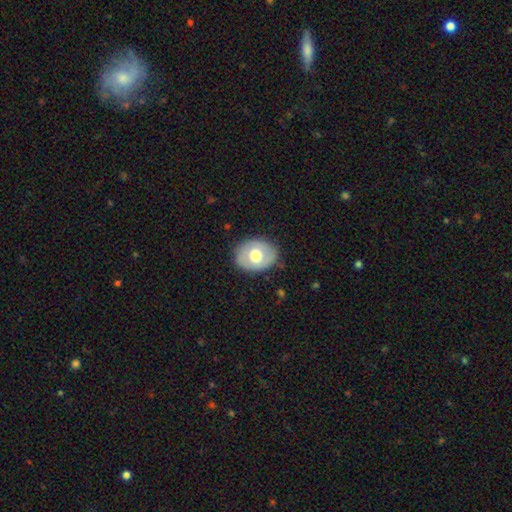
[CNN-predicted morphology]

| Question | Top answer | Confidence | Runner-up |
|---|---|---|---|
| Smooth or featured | smooth | 55% | featured or disk (39%) |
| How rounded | in between | 57% | round (42%) |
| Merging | none | 80% | minor disturbance (15%) |